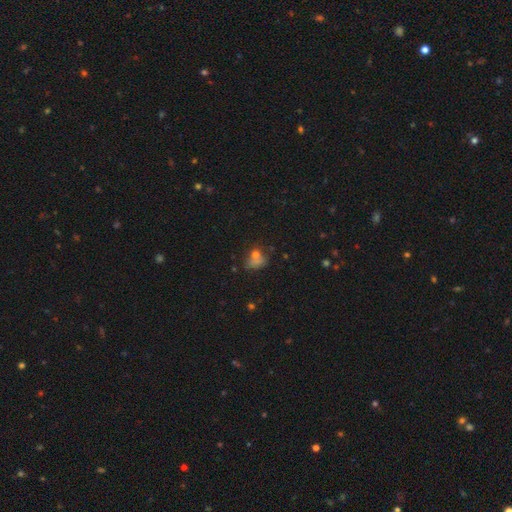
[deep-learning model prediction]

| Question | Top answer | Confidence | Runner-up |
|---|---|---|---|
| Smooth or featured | smooth | 62% | star or artifact (21%) |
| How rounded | round | 50% | in between (48%) |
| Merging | none | 37% | merger (23%) |